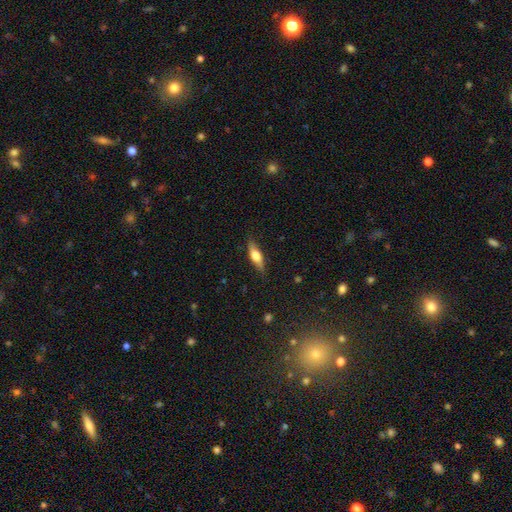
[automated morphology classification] Overall: smooth (57%; featured or disk 37%). How rounded: cigar-shaped (51%; in between 46%). Merging: none (81%).